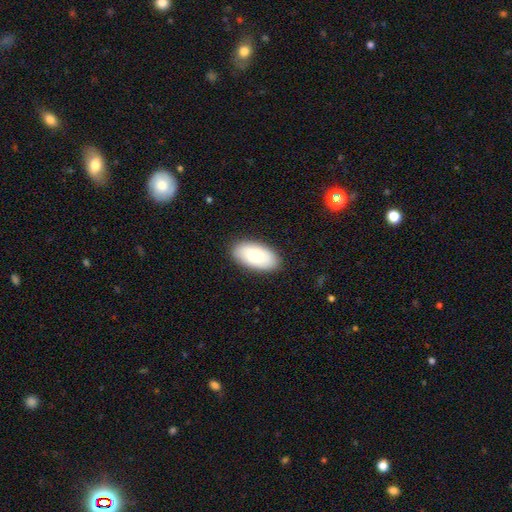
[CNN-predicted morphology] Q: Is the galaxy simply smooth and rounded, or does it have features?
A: smooth — 80%.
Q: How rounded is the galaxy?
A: in between — 95%.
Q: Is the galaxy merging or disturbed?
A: none — 88%.